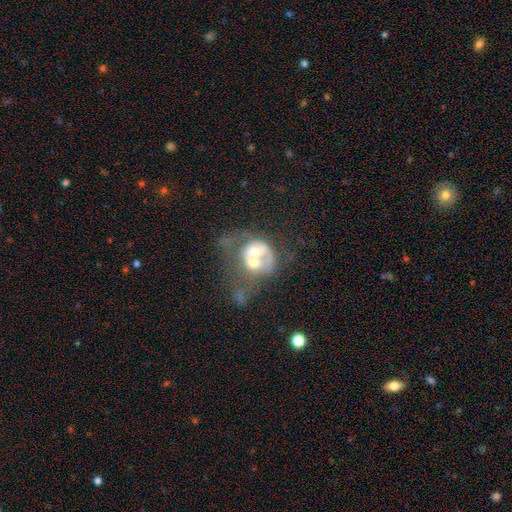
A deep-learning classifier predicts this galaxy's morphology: featured or disk 54%, smooth 37%, star or artifact 9%. Down the decision tree: edge-on disk — no (97%); bar — no (86%); spiral arms — no (76%); bulge size — moderate (63%); merging — merger (63%).